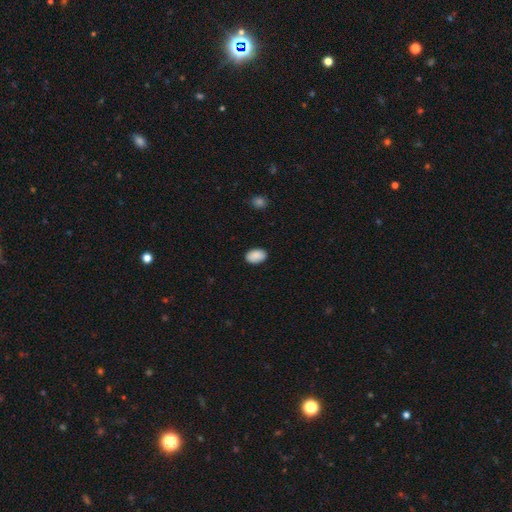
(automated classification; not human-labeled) A smooth galaxy with no disk features (90%) that is in between round and cigar-shaped (87%). Merging: none (88%).